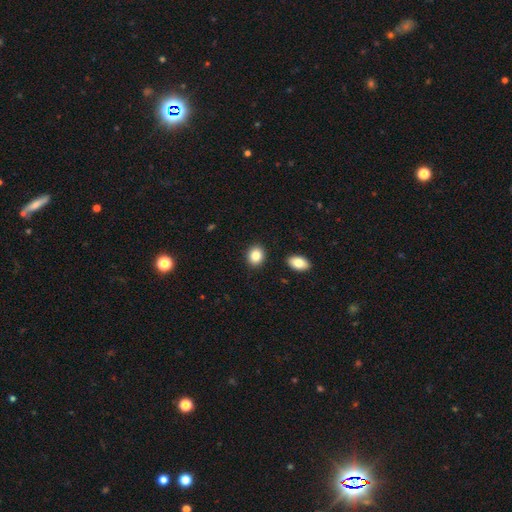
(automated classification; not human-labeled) Smooth or featured? Predicted: smooth (p=0.85). How rounded? Predicted: round (p=0.55). Merging? Predicted: none (p=0.88).